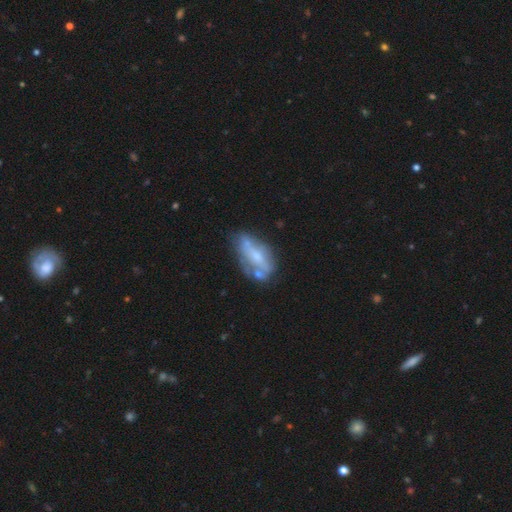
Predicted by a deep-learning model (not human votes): A featured or disk galaxy (54%). Merging: none (42%).